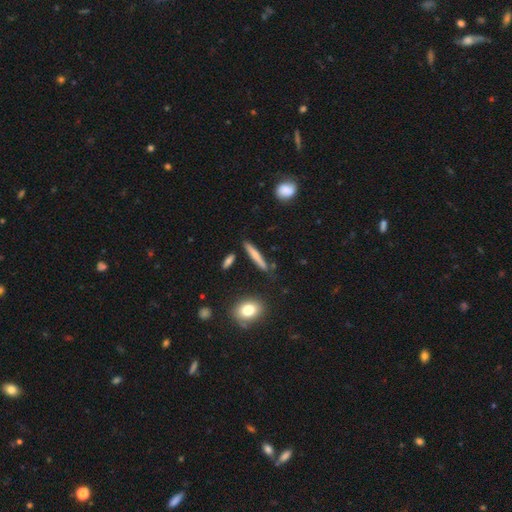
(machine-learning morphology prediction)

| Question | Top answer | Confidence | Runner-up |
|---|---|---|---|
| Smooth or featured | smooth | 60% | featured or disk (33%) |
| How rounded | cigar-shaped | 91% | in between (6%) |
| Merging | none | 84% | minor disturbance (10%) |